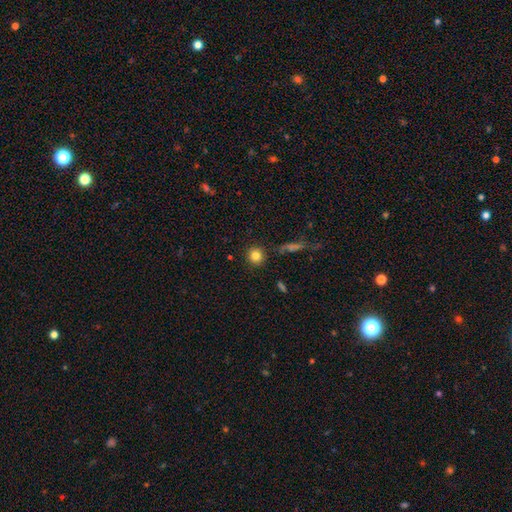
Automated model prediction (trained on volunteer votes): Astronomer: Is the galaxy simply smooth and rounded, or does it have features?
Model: smooth — 82%.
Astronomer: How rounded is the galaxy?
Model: round — 93%.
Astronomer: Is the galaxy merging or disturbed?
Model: none — 88%.